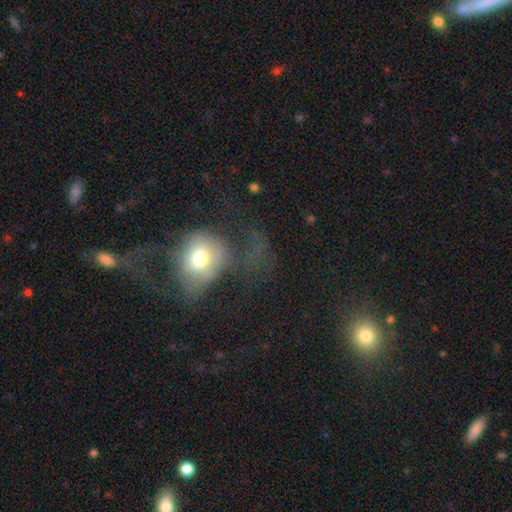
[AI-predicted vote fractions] Q: Smooth or featured?
A: smooth (55%); runner-up: featured or disk (30%)
Q: How rounded?
A: round (63%); runner-up: in between (35%)
Q: Merging?
A: major disturbance (56%); runner-up: none (22%)